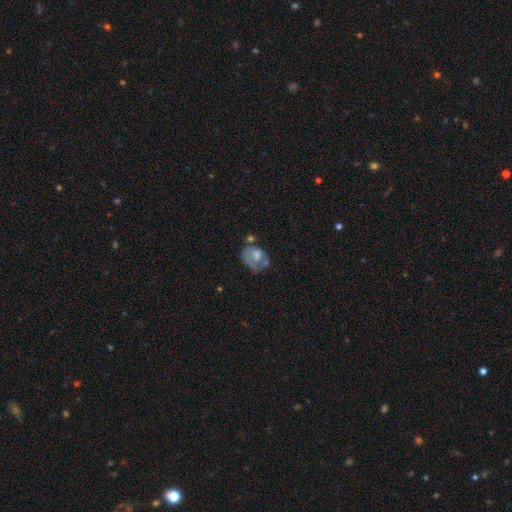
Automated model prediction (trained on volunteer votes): Smooth or featured? smooth (51%)
How rounded? in between (60%)
Merging? none (29%)